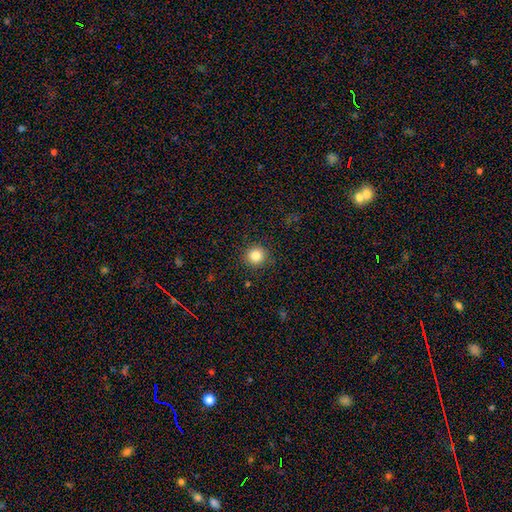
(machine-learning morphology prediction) Overall: smooth (84%). How rounded: round (93%). Merging: none (90%).